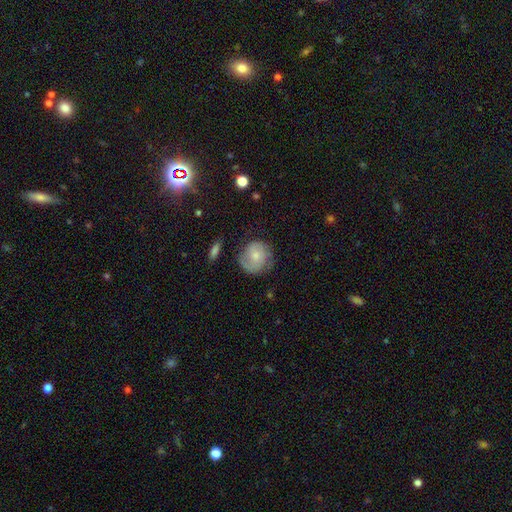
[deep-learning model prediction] Smooth or featured: featured or disk — 47% (tied with smooth — 47%)
Merging: none — 66% (minor disturbance — 22%)